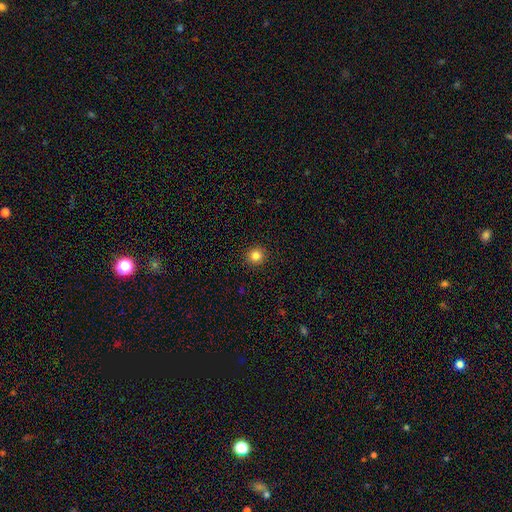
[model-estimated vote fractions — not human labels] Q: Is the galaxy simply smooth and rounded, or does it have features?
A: smooth — 84%.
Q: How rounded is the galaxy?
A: round — 93%.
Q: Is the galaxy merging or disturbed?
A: none — 93%.